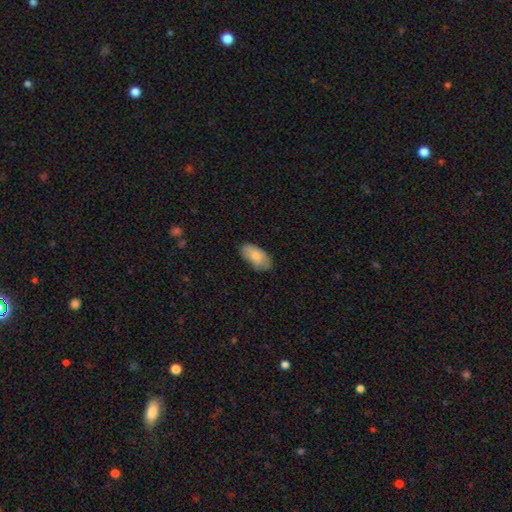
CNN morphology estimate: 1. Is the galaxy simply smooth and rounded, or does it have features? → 82% smooth, 12% featured or disk, 6% star or artifact.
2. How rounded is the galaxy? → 94% in between, 3% cigar-shaped, 3% round.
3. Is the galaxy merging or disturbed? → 80% none, 17% minor disturbance, 3% major disturbance, 1% merger.